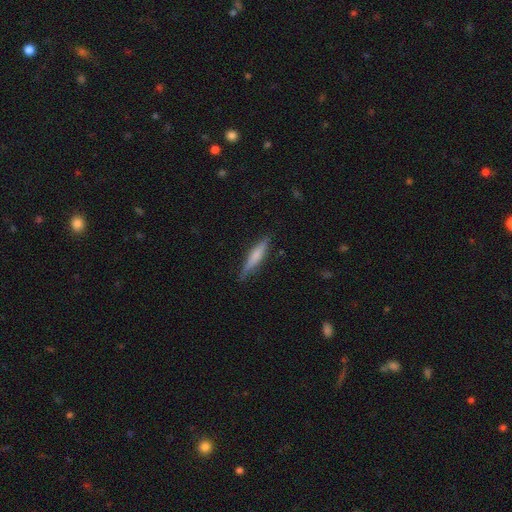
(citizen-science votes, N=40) This is possibly a featured or disk galaxy (48%). It is clearly viewed edge-on (100%). Edge-on bulge: possibly boxy (47%, tied with rounded). Merging: likely none (72%).